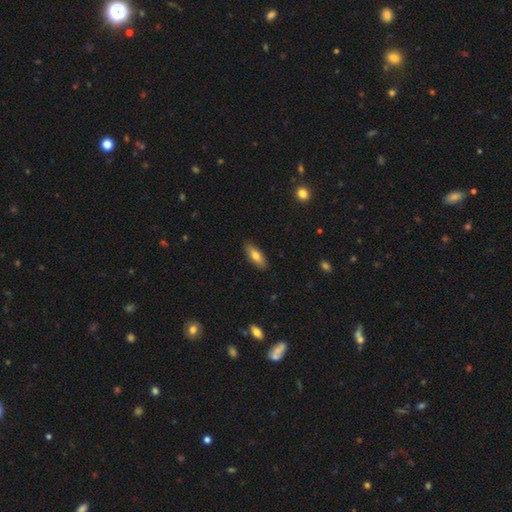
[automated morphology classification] Smooth or featured: smooth — 71% (featured or disk — 22%)
How rounded: in between — 70% (cigar-shaped — 28%)
Merging: none — 89% (minor disturbance — 9%)